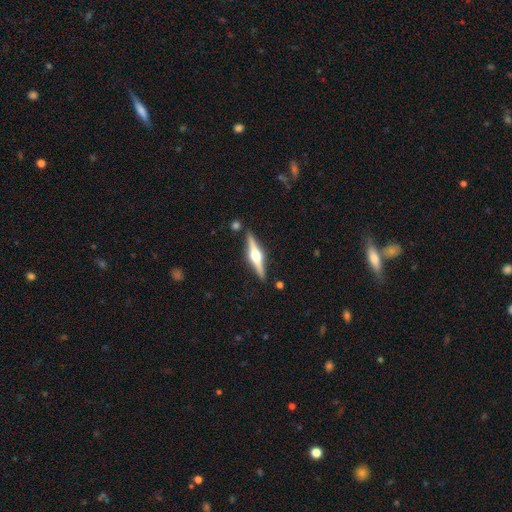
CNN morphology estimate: A featured or disk galaxy (81%) viewed edge-on (98%) with a rounded central bulge (96%).

Vote fractions:
- Smooth or featured? featured or disk: 81% / smooth: 14% / star or artifact: 5%
- Edge-on disk? yes: 98% / no: 2%
- Edge-on bulge? rounded: 96% / boxy: 3% / none: 1%
- Merging? none: 88% / minor disturbance: 8% / merger: 3% / major disturbance: 2%